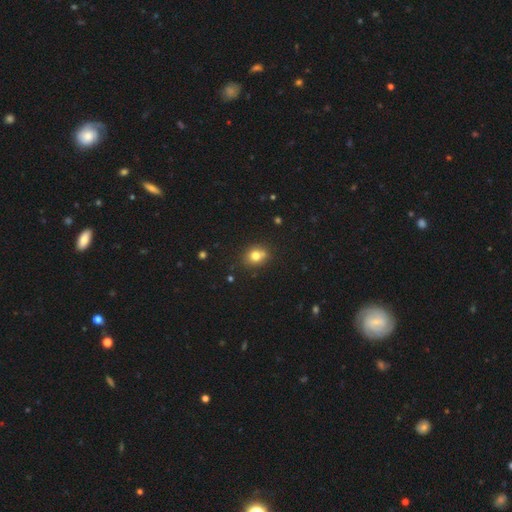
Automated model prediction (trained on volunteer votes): The model was most divided on "how rounded": round: 66%, in between: 33%, cigar-shaped: 1%. More confident: smooth or featured — smooth (76%); merging — none (68%).